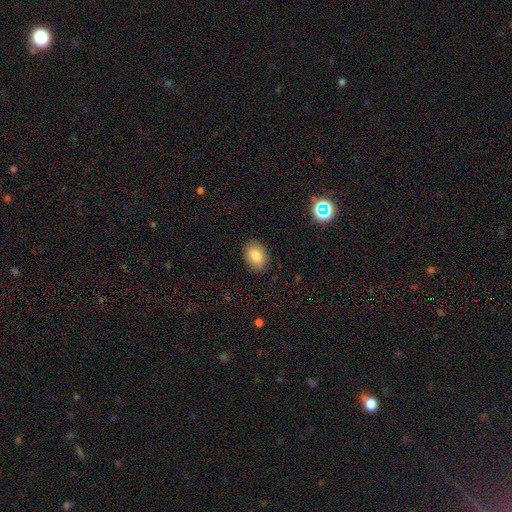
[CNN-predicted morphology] Overall: smooth (82%). How rounded: in between (75%). Merging: none (89%).